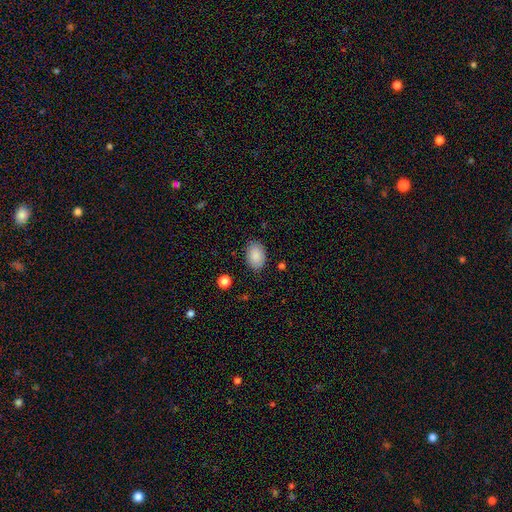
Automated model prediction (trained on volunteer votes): smooth 88%, star or artifact 7%, featured or disk 5%. Down the decision tree: how rounded — in between (85%); merging — none (85%).